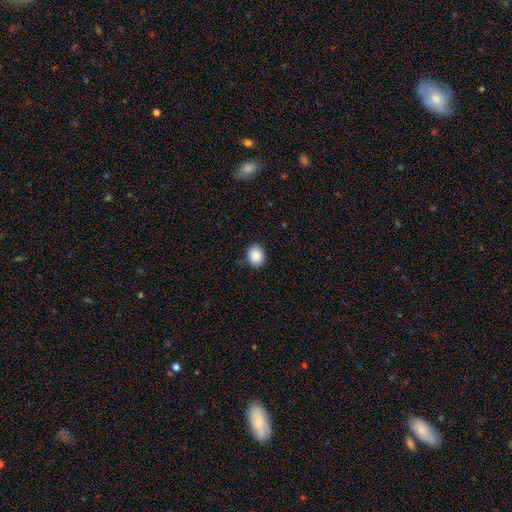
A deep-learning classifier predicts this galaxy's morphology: Smooth or featured: smooth — 88% (star or artifact — 8%)
How rounded: round — 59% (in between — 40%)
Merging: none — 87% (minor disturbance — 10%)